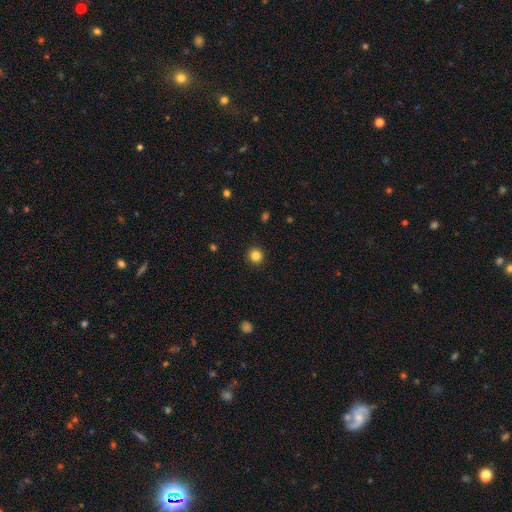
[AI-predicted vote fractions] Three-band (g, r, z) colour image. It shows a smooth galaxy with no disk features (84%) that is round (94%). Merging: none (92%).